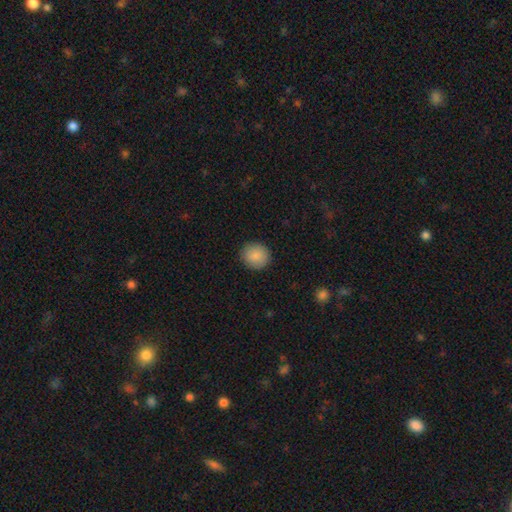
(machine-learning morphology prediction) smooth_or_featured: smooth (p=0.87) [alt: star or artifact p=0.08]
how_rounded: round (p=0.86) [alt: in between p=0.13]
merging: none (p=0.91) [alt: minor disturbance p=0.07]